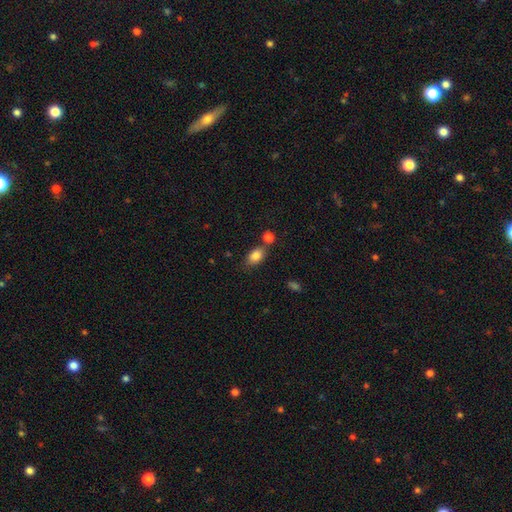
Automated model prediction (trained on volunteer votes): Smooth or featured: smooth — 83% (star or artifact — 9%)
How rounded: in between — 83% (round — 15%)
Merging: none — 64% (merger — 18%)